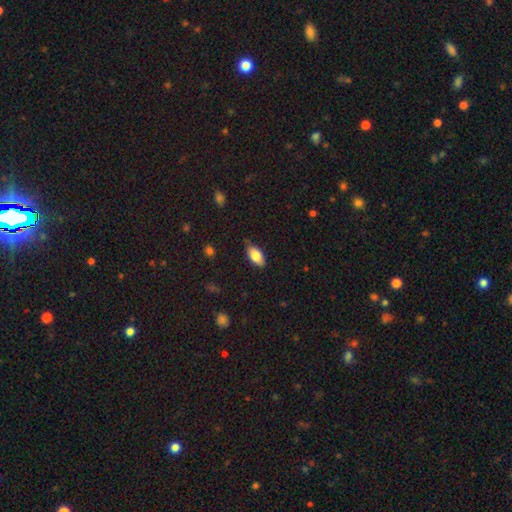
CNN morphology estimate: smooth-or-featured: smooth: 80% | featured or disk: 13% | star or artifact: 7%
  how-rounded: in between: 90% | cigar-shaped: 7% | round: 3%
  merging: none: 81% | minor disturbance: 15% | major disturbance: 3% | merger: 1%